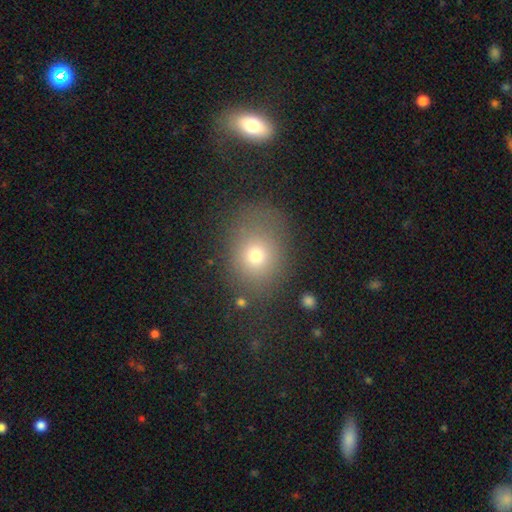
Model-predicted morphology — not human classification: Q: Smooth or featured?
A: smooth (71%); runner-up: star or artifact (16%)
Q: How rounded?
A: round (55%); runner-up: in between (44%)
Q: Merging?
A: none (70%); runner-up: minor disturbance (17%)